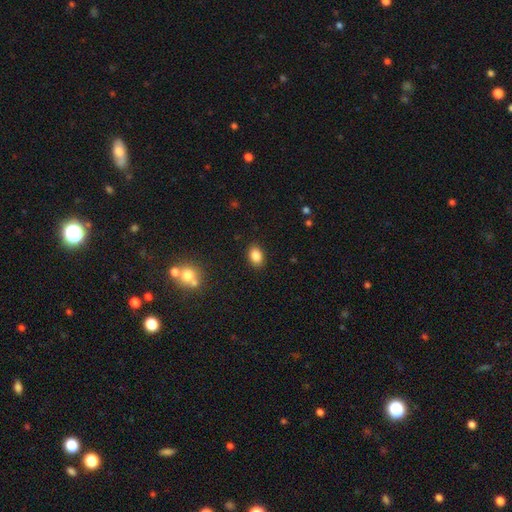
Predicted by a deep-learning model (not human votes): Smooth or featured?
  - smooth: 85% *
  - star or artifact: 10%
  - featured or disk: 5%
How rounded?
  - in between: 80% *
  - round: 19%
  - cigar-shaped: 1%
Merging?
  - none: 88% *
  - minor disturbance: 8%
  - major disturbance: 2%
  - merger: 1%